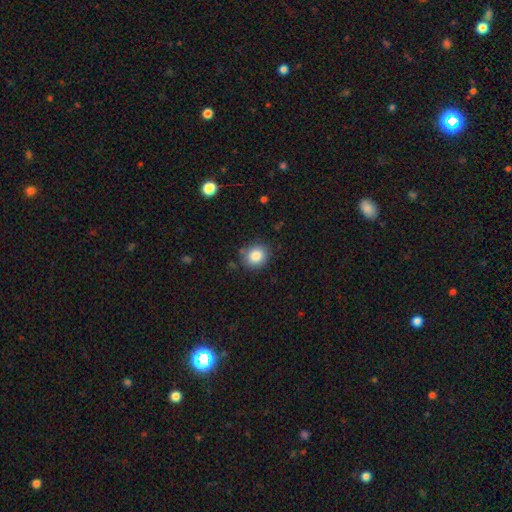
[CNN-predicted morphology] The model was most divided on "how rounded": round: 76%, in between: 23%, cigar-shaped: 1%. More confident: smooth or featured — smooth (85%); merging — none (84%).